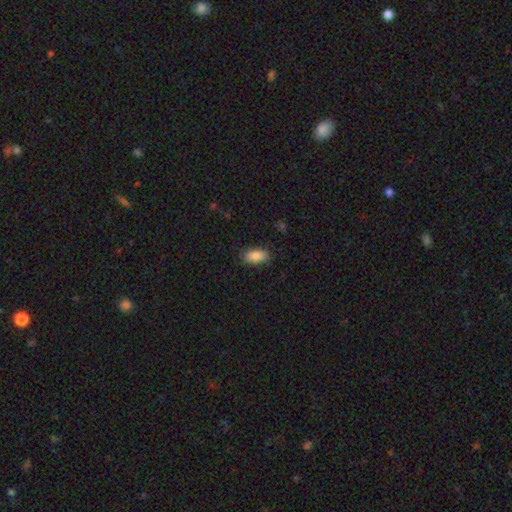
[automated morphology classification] Smooth or featured?
  - smooth: 86% *
  - star or artifact: 7%
  - featured or disk: 7%
How rounded?
  - in between: 91% *
  - cigar-shaped: 6%
  - round: 3%
Merging?
  - none: 85% *
  - minor disturbance: 11%
  - major disturbance: 3%
  - merger: 1%